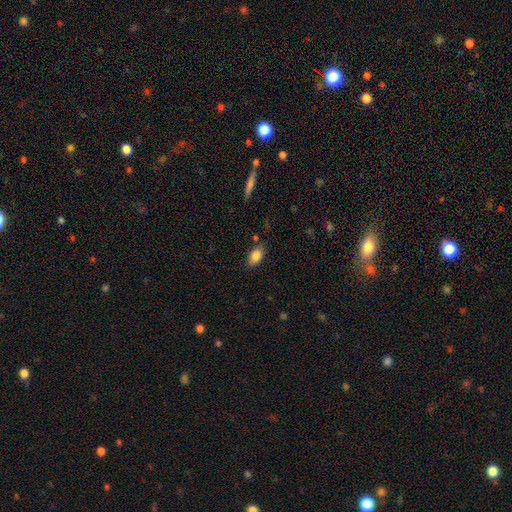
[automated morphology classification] smooth 85%, star or artifact 8%, featured or disk 7%. Down the decision tree: how rounded — in between (89%); merging — none (78%).